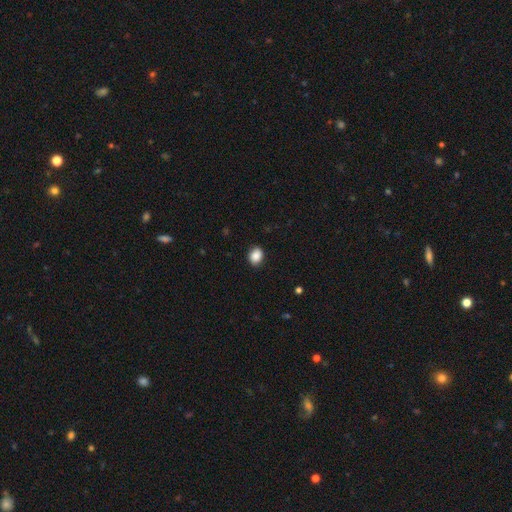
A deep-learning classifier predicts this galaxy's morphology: type=smooth (88%); roundness=in between (56%); merging=none (88%).